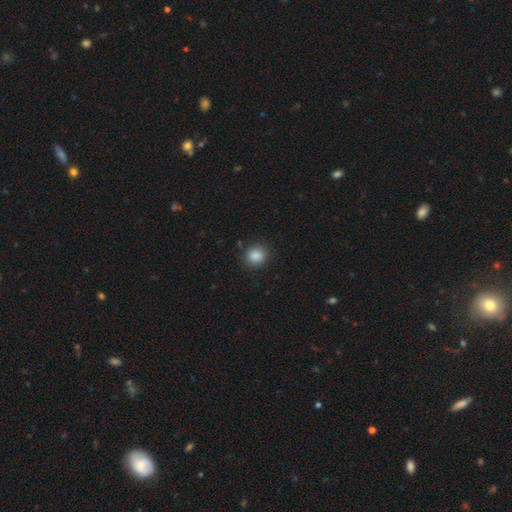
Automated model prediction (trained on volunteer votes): A smooth galaxy with no disk features (87%) that is round (83%). Merging: none (88%).